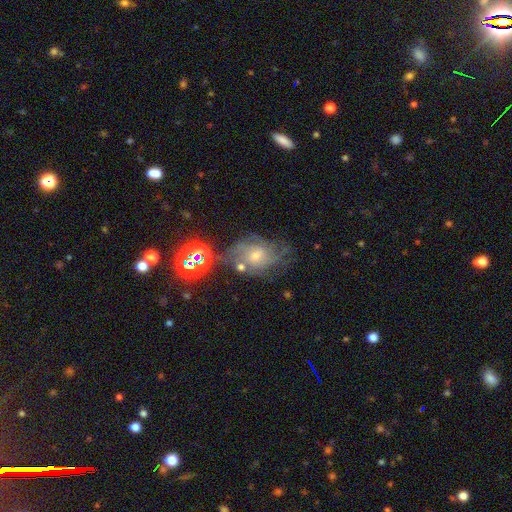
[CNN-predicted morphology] This is possibly a featured or disk galaxy (59%). It is clearly not viewed edge-on (96%). Bar: likely no (74%). Spiral arm pattern: clearly yes (85%). Central bulge: possibly small (52%). Merging: possibly none (50%).